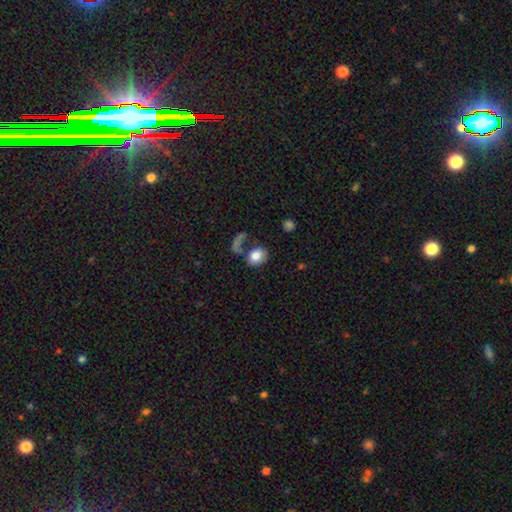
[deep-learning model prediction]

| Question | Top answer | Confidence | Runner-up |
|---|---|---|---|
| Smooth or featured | smooth | 79% | featured or disk (13%) |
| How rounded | in between | 53% | round (45%) |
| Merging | none | 49% | major disturbance (18%) |